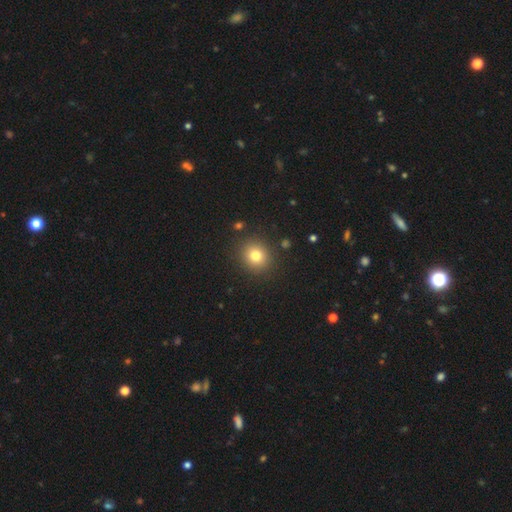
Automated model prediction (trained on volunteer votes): Smooth or featured? Predicted: smooth (p=0.79). How rounded? Predicted: round (p=0.81). Merging? Predicted: none (p=0.89).